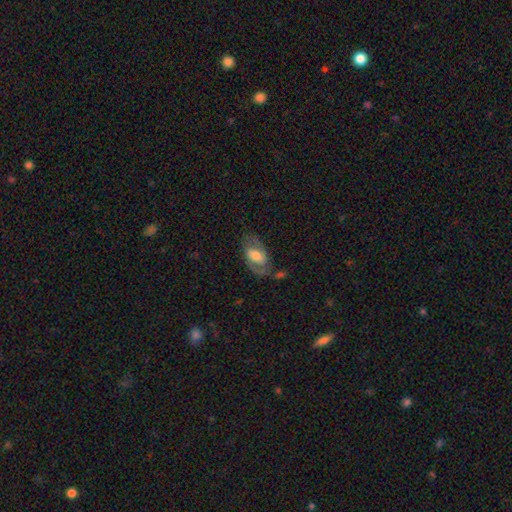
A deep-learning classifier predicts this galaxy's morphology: smooth-or-featured: featured or disk: 63% | smooth: 31% | star or artifact: 7%
  disk-edge-on: no: 94% | yes: 6%
    bar: weak: 42% | no: 35% | strong: 23%
    has-spiral-arms: yes: 76% | no: 24%
    bulge-size: moderate: 50% | large: 24% | small: 20% | none: 3% | dominant: 2%
  merging: none: 63% | minor disturbance: 20% | major disturbance: 12% | merger: 6%